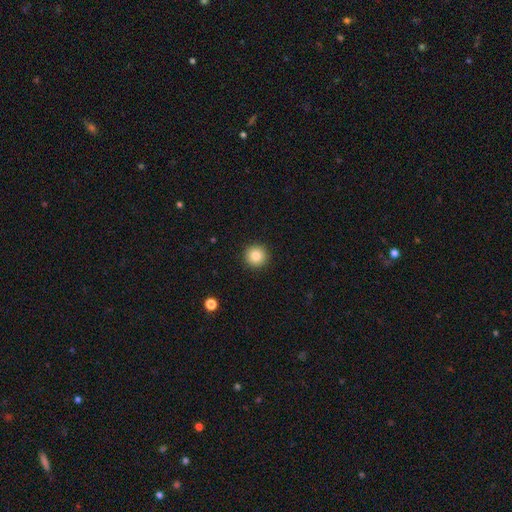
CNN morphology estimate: Smooth or featured?
  - smooth: 85% *
  - star or artifact: 10%
  - featured or disk: 6%
How rounded?
  - round: 95% *
  - in between: 4%
  - cigar-shaped: 1%
Merging?
  - none: 93% *
  - minor disturbance: 4%
  - major disturbance: 2%
  - merger: 1%